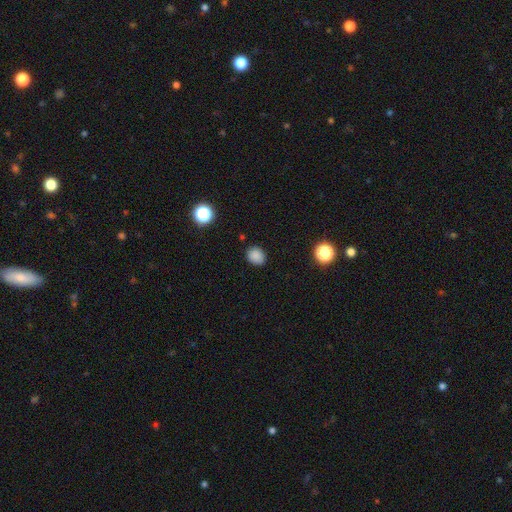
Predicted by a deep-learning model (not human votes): smooth-or-featured: smooth: 84% | star or artifact: 12% | featured or disk: 4%
  how-rounded: round: 55% | in between: 44% | cigar-shaped: 1%
  merging: none: 86% | minor disturbance: 10% | major disturbance: 2% | merger: 1%